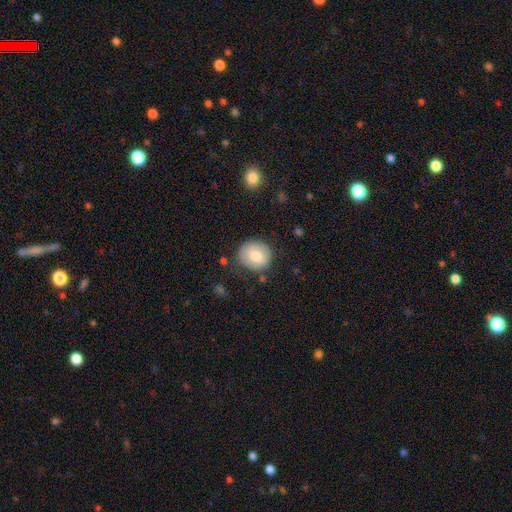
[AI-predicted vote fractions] The model was most divided on "smooth or featured": smooth: 74%, featured or disk: 19%, star or artifact: 7%. More confident: how rounded — round (80%); merging — none (76%).